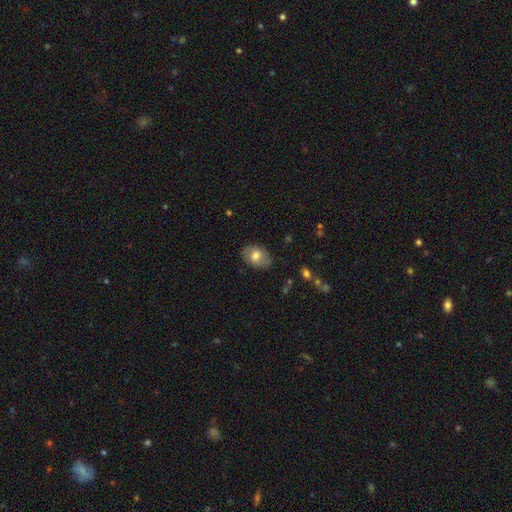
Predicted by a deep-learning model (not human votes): This is likely a smooth galaxy (68%). How rounded: likely in between (75%). Merging: likely none (78%).